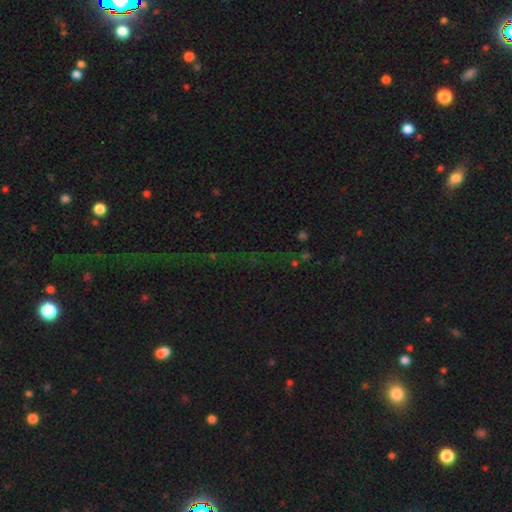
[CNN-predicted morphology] type=star or artifact (75%).